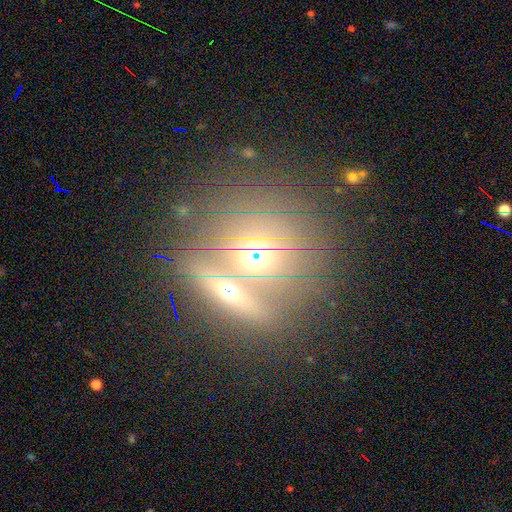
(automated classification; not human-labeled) Overall: featured or disk (41%; smooth 40%). Merging: none (48%; merger 37%).